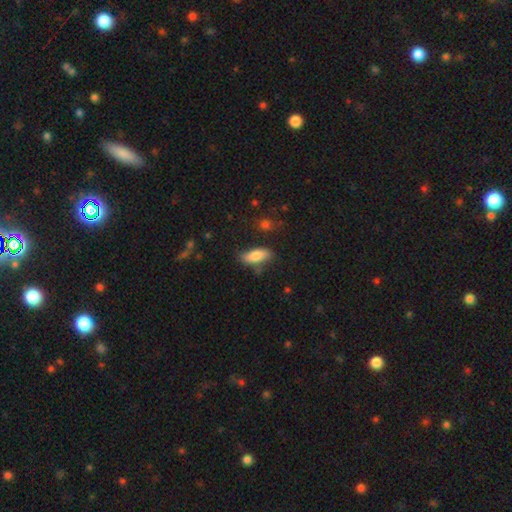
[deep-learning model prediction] Smooth or featured: smooth — 80% (featured or disk — 14%)
How rounded: in between — 74% (cigar-shaped — 24%)
Merging: none — 67% (minor disturbance — 23%)